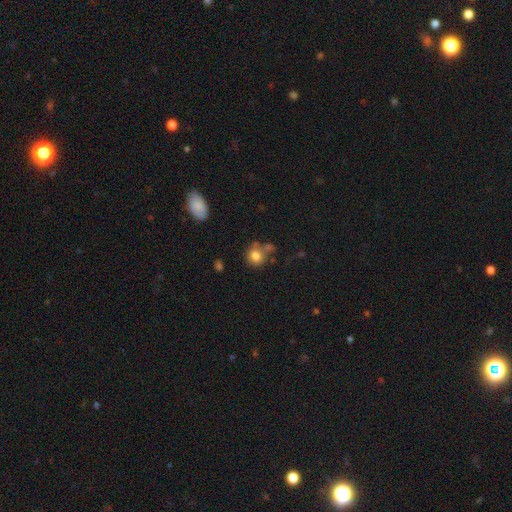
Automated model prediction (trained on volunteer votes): Morphology: type=smooth (80%); roundness=round (81%); merging=none (57%).